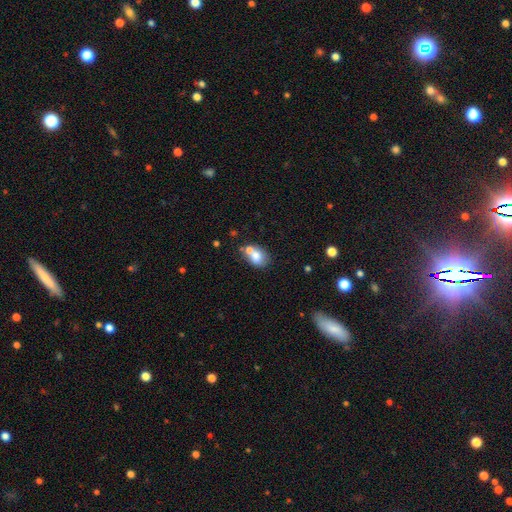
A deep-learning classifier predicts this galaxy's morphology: Overall: smooth (73%). How rounded: in between (61%; round 38%). Merging: merger (44%; none 37%).